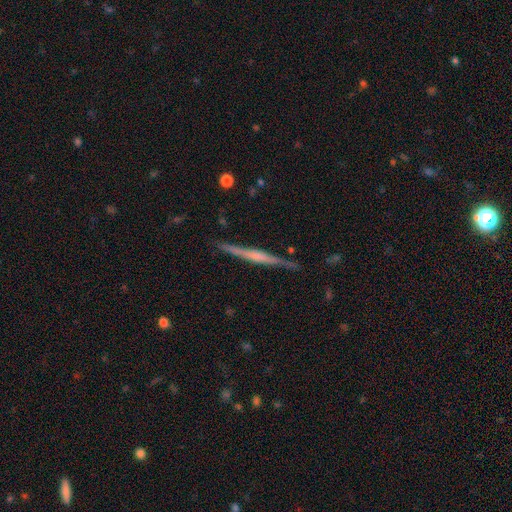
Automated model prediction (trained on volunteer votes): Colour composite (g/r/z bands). It shows a featured or disk galaxy (74%) viewed edge-on (98%) with a rounded central bulge (40%). Merging: none (88%).